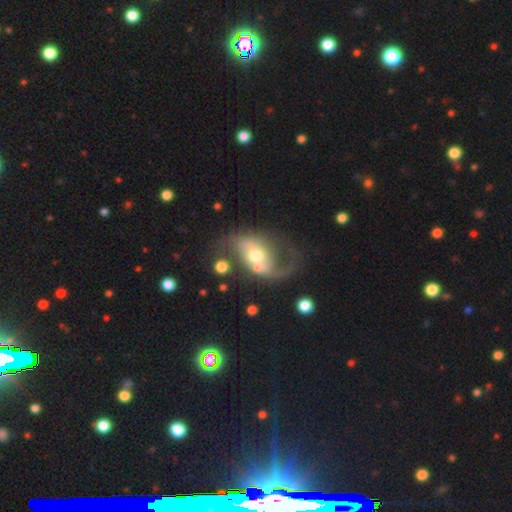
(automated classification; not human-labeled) Q: Smooth or featured?
A: featured or disk (73%); runner-up: smooth (21%)
Q: Edge-on disk?
A: no (96%); runner-up: yes (4%)
Q: Bar?
A: no (50%); runner-up: weak (34%)
Q: Spiral arms?
A: yes (79%); runner-up: no (21%)
Q: Spiral winding?
A: loose (60%); runner-up: medium (32%)
Q: Spiral arm count?
A: 2 (74%); runner-up: 1 (18%)
Q: Bulge size?
A: moderate (69%); runner-up: small (15%)
Q: Merging?
A: none (43%); runner-up: major disturbance (27%)